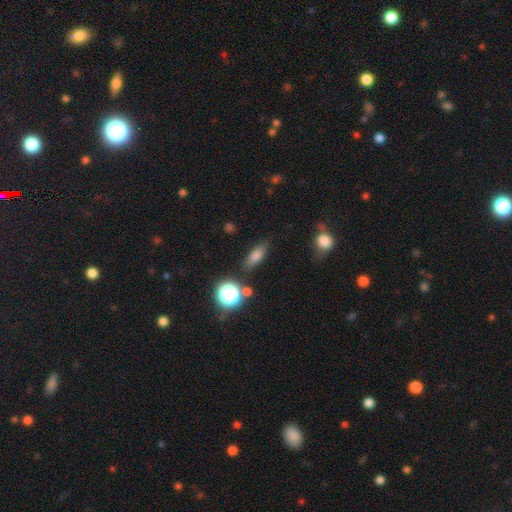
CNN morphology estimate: The model was most divided on "how rounded": in between: 56%, cigar-shaped: 32%, round: 12%. More confident: merging — none (79%); smooth or featured — smooth (72%).